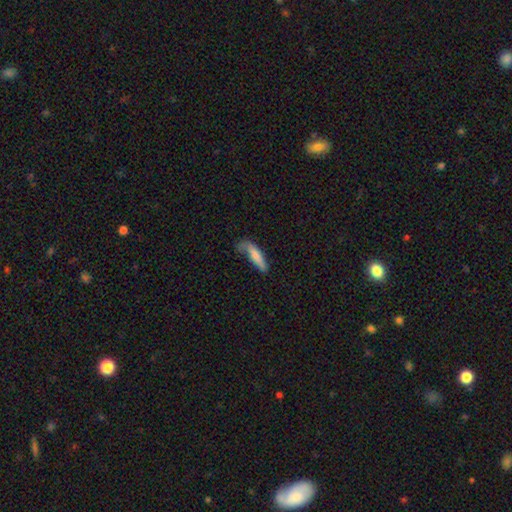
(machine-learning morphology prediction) Smooth or featured: smooth — 73% (featured or disk — 20%)
How rounded: cigar-shaped — 71% (in between — 27%)
Merging: none — 47% (minor disturbance — 31%)